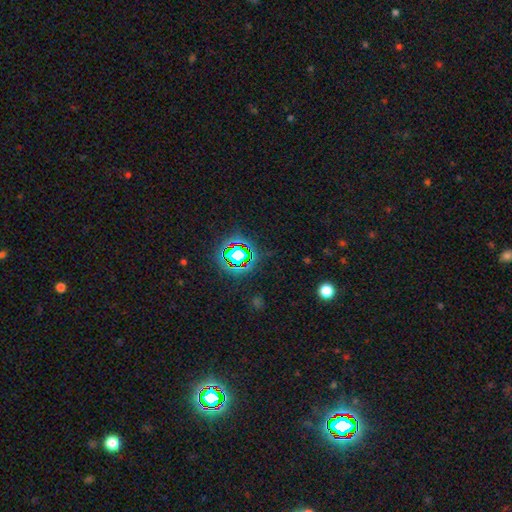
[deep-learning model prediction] Morphology: type=star or artifact (79%).